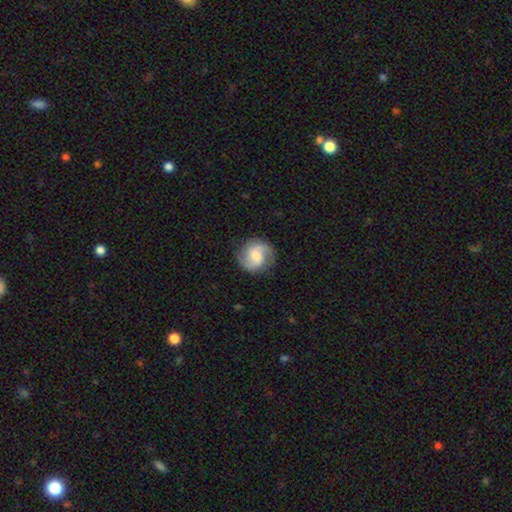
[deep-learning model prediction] featured or disk 81%, smooth 13%, star or artifact 6%. Down the decision tree: edge-on disk — no (98%); bar — no (48%); spiral arms — yes (97%); spiral arm count — 2 (91%); spiral winding — medium (52%); bulge size — moderate (56%); merging — none (84%).